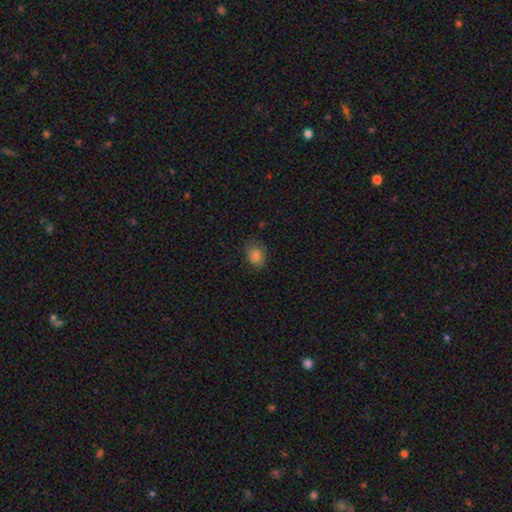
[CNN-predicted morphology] A smooth galaxy with no disk features (82%) that is in between round and cigar-shaped (64%). Merging: none (73%).